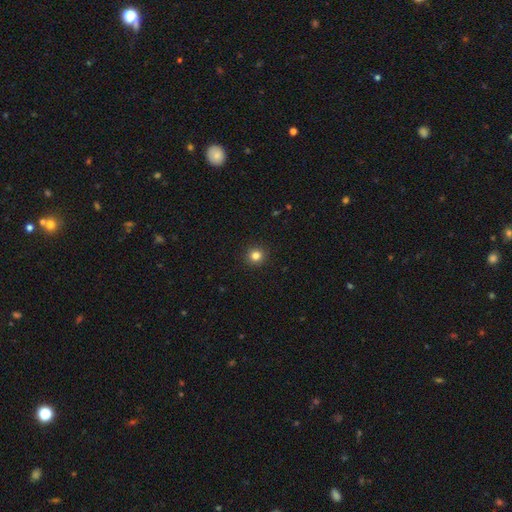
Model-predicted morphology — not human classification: Overall: smooth (82%). How rounded: round (94%). Merging: none (93%).